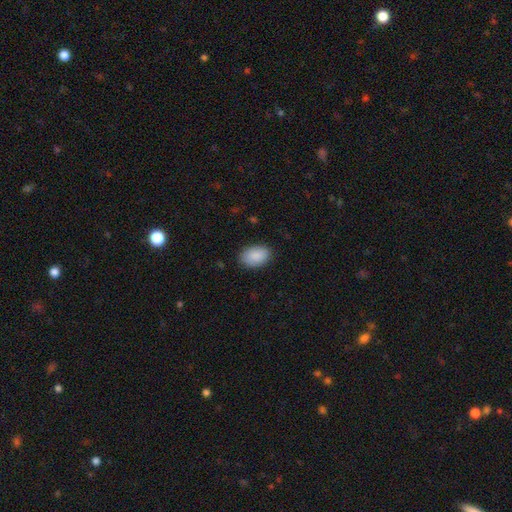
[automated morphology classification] smooth-or-featured: smooth: 89% | star or artifact: 6% | featured or disk: 4%
  how-rounded: in between: 87% | round: 12% | cigar-shaped: 1%
  merging: none: 85% | minor disturbance: 11% | major disturbance: 2% | merger: 1%